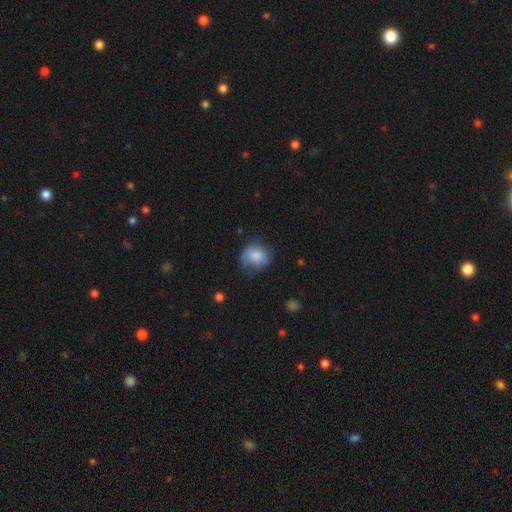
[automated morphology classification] Overall: smooth (78%). How rounded: round (72%). Merging: none (59%; minor disturbance 29%).